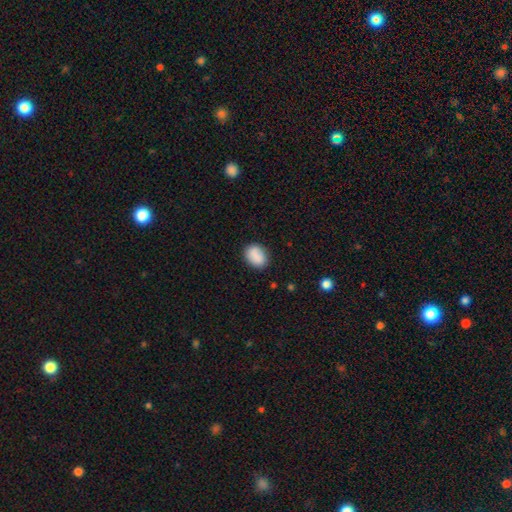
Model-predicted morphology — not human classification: type=smooth (87%); roundness=in between (67%); merging=none (82%).